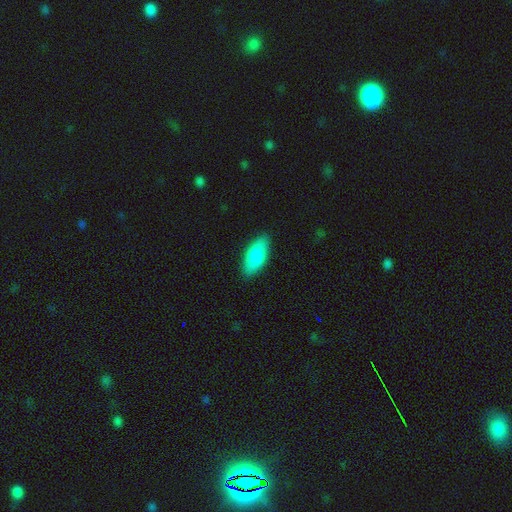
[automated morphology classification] This is clearly a smooth galaxy (81%). How rounded: clearly in between (85%). Merging: clearly none (86%).